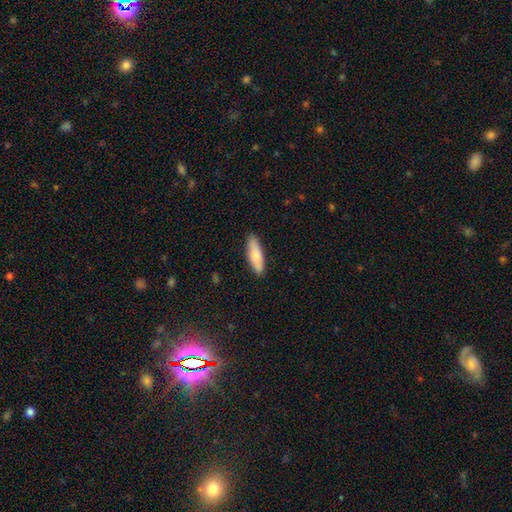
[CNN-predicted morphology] Smooth or featured? Predicted: smooth (p=0.77). How rounded? Predicted: cigar-shaped (p=0.50). Merging? Predicted: none (p=0.88).